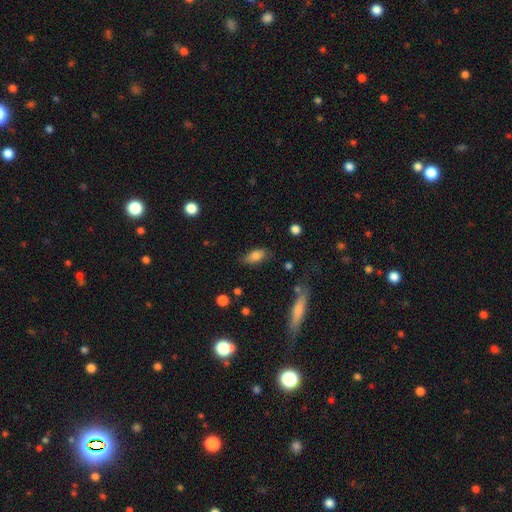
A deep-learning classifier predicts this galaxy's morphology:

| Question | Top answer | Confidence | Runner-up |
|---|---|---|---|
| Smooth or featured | smooth | 79% | featured or disk (13%) |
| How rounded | in between | 85% | cigar-shaped (11%) |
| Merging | none | 74% | minor disturbance (19%) |